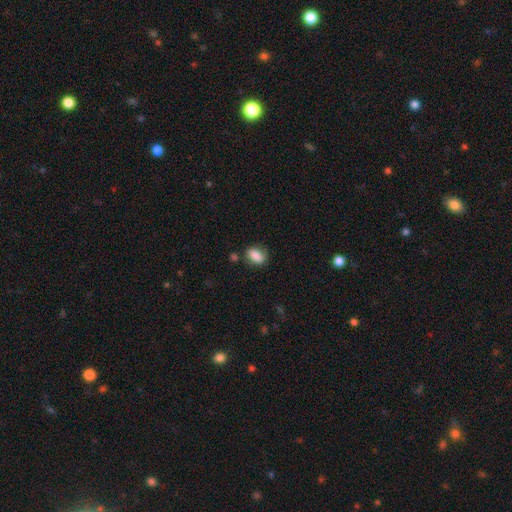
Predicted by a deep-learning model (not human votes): Morphology: type=smooth (84%); roundness=in between (80%); merging=none (70%).